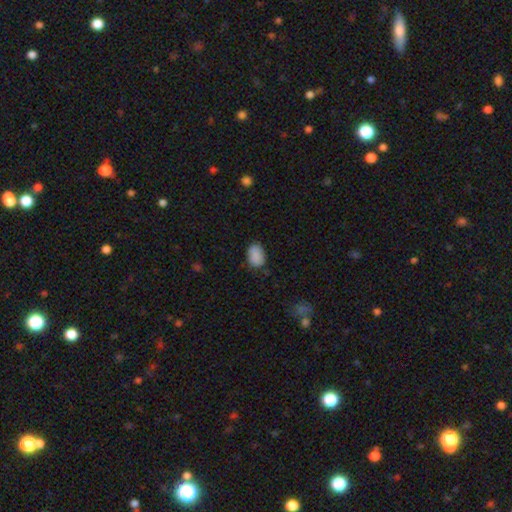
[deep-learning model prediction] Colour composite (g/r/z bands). It shows a smooth galaxy with no disk features (88%) that is in between round and cigar-shaped (85%). Merging: none (78%).